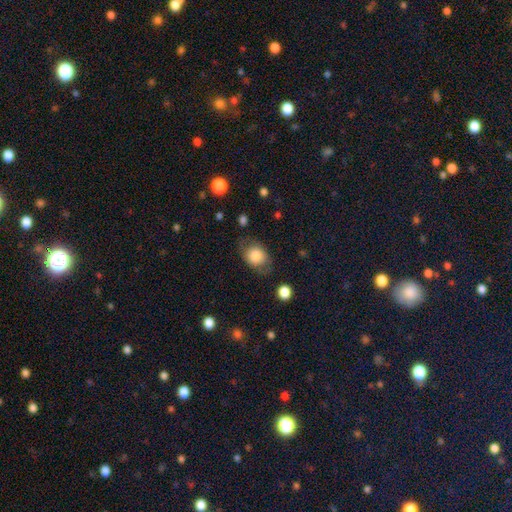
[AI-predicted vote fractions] smooth_or_featured: smooth (p=0.78) [alt: featured or disk p=0.14]
how_rounded: in between (p=0.58) [alt: round p=0.41]
merging: none (p=0.68) [alt: minor disturbance p=0.22]